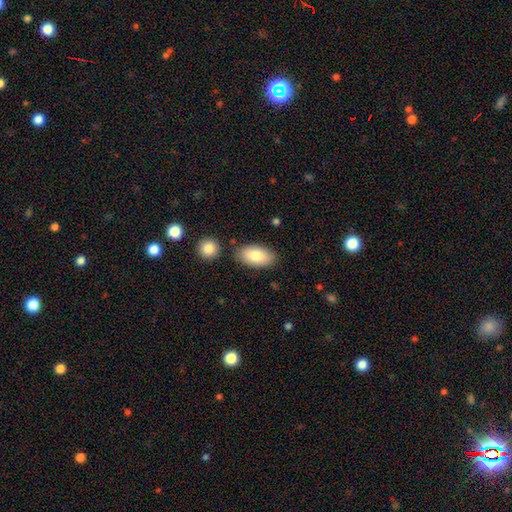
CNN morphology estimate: This is clearly a smooth galaxy (82%). How rounded: clearly in between (94%). Merging: clearly none (80%).